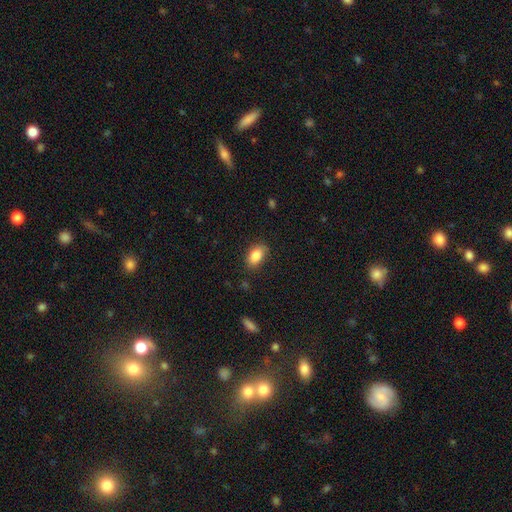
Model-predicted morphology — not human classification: smooth 84%, star or artifact 8%, featured or disk 8%. Down the decision tree: how rounded — in between (88%); merging — none (80%).